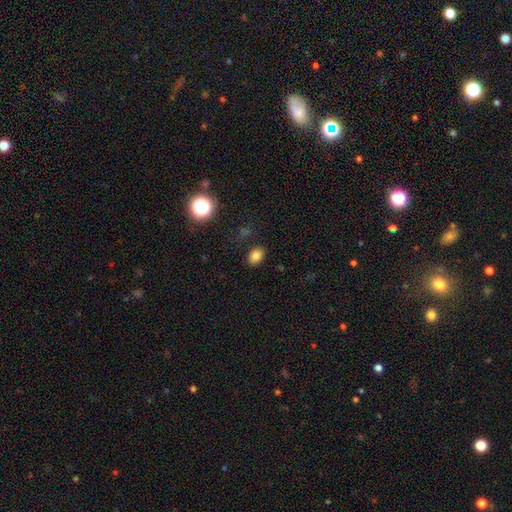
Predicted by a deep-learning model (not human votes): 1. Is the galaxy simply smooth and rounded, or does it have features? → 81% smooth, 13% star or artifact, 6% featured or disk.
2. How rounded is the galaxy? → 71% in between, 28% round, 1% cigar-shaped.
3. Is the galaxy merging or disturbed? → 85% none, 10% minor disturbance, 3% major disturbance, 2% merger.